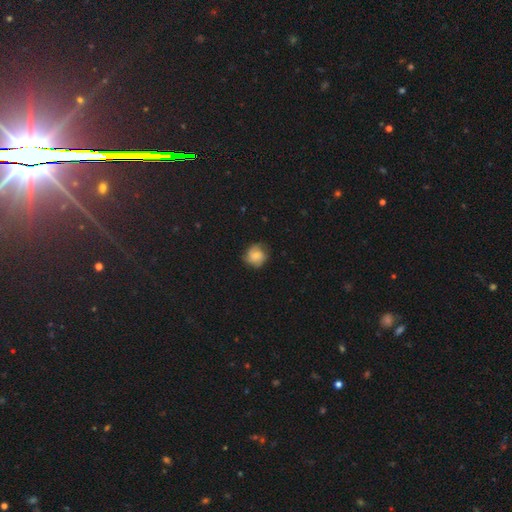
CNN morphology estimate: type=smooth (66%); roundness=round (83%); merging=none (73%).